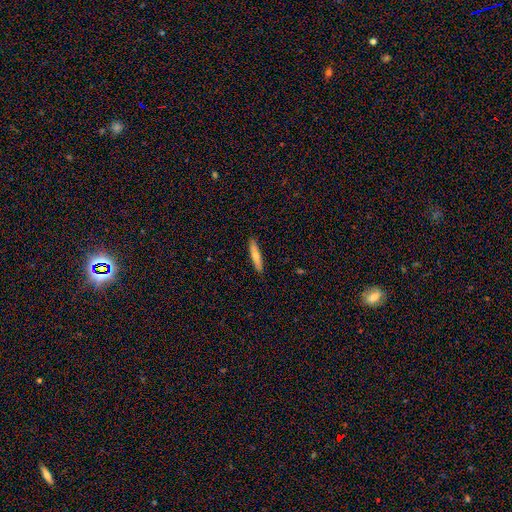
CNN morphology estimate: smooth 66%, featured or disk 29%, star or artifact 6%. Down the decision tree: how rounded — cigar-shaped (89%); merging — none (90%).